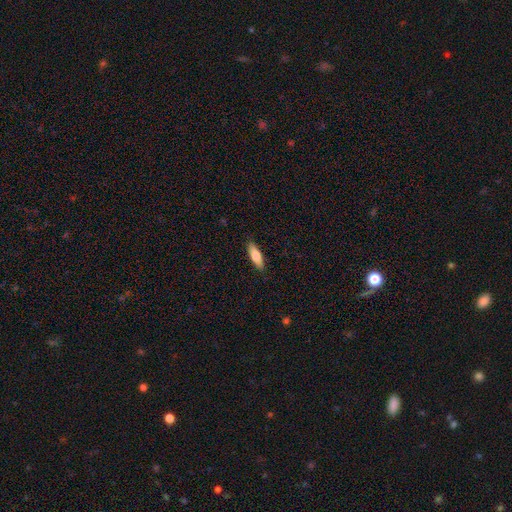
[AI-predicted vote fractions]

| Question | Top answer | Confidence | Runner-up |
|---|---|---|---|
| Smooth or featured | smooth | 74% | featured or disk (20%) |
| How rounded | in between | 50% | cigar-shaped (48%) |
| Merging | none | 89% | minor disturbance (8%) |